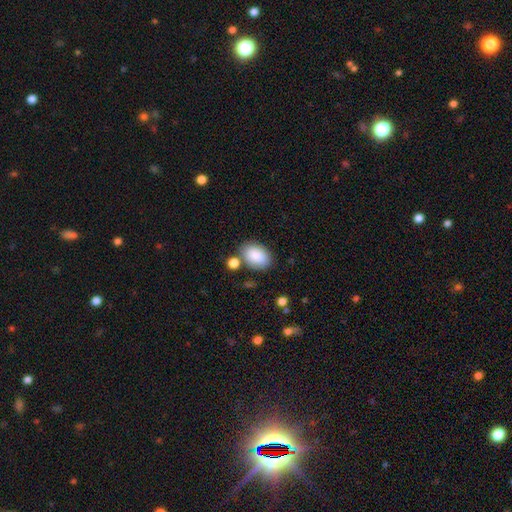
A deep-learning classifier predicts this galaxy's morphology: This is clearly a smooth galaxy (88%). How rounded: clearly in between (88%). Merging: likely none (71%).